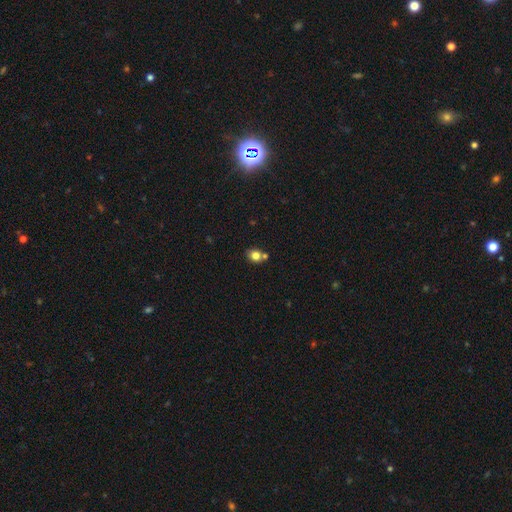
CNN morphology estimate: This appears to be a smooth galaxy with no disk features (79%) that is round (57%). Merging: none (62%).